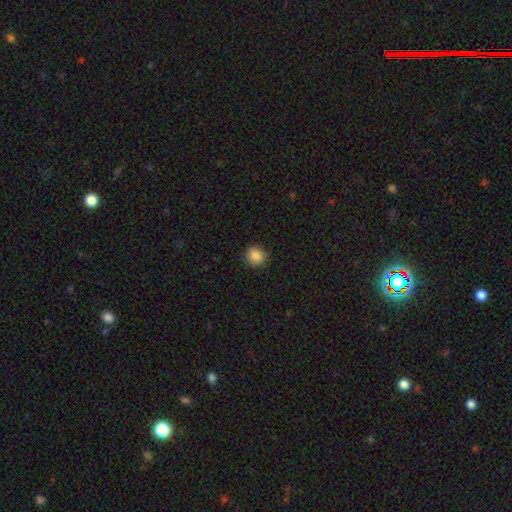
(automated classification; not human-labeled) A smooth galaxy with no disk features (86%) that is round (87%). Merging: none (87%).